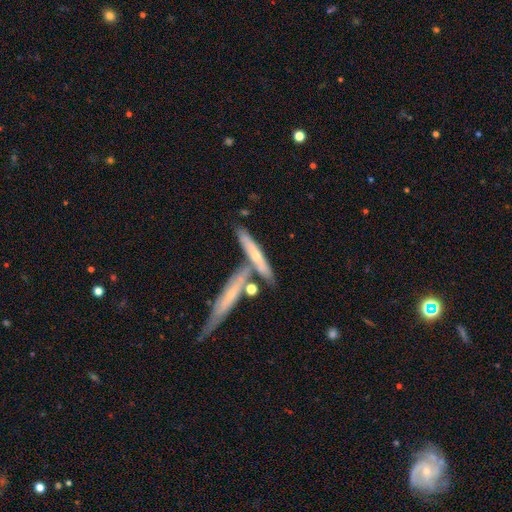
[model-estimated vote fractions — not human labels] smooth-or-featured: featured or disk: 48% | smooth: 46% | star or artifact: 7%
  merging: none: 55% | merger: 27% | minor disturbance: 13% | major disturbance: 4%